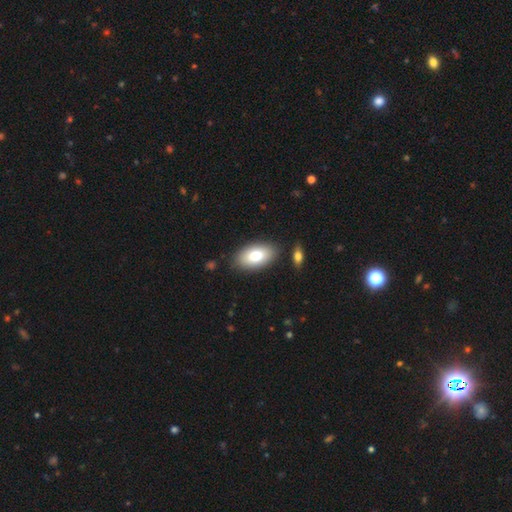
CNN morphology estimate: Smooth or featured?
  - smooth: 80% *
  - featured or disk: 14%
  - star or artifact: 7%
How rounded?
  - in between: 94% *
  - round: 3%
  - cigar-shaped: 2%
Merging?
  - none: 85% *
  - minor disturbance: 9%
  - merger: 3%
  - major disturbance: 2%